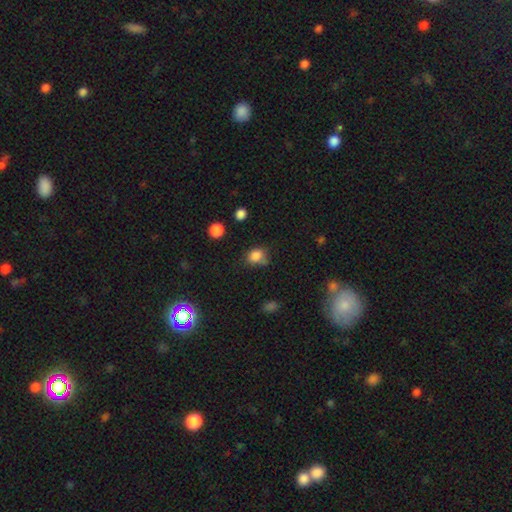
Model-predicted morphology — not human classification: Overall: smooth (81%). How rounded: round (51%; in between 47%). Merging: none (53%; minor disturbance 29%).